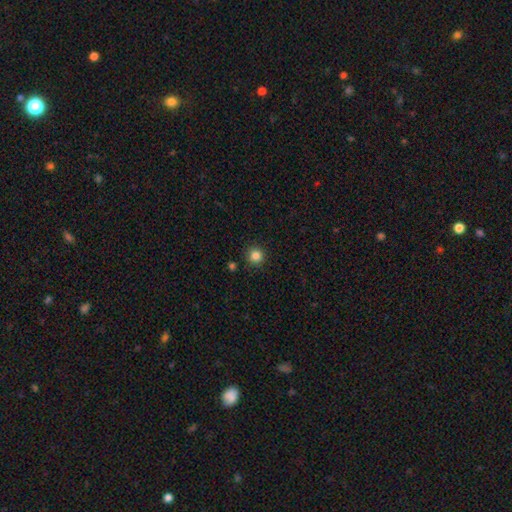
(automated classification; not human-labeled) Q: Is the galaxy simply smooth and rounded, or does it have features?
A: smooth — 84%.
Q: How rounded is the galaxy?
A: round — 95%.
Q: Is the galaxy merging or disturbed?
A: none — 91%.